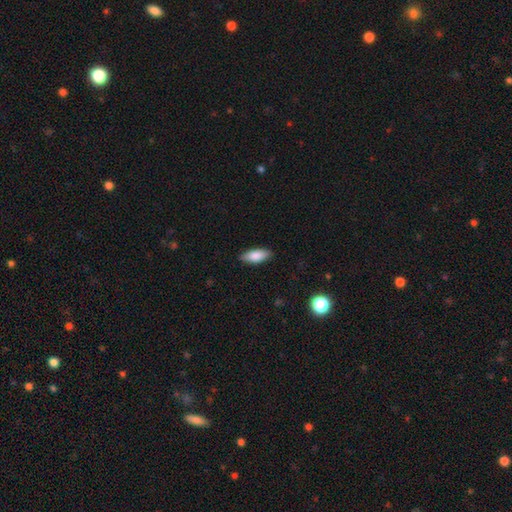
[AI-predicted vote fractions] A smooth galaxy with no disk features (85%) that is in between round and cigar-shaped (79%). Merging: none (87%).